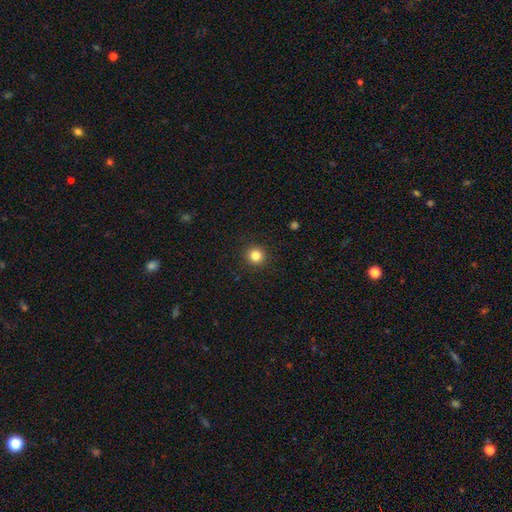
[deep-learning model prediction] smooth 83%, star or artifact 12%, featured or disk 5%. Down the decision tree: how rounded — round (95%); merging — none (93%).